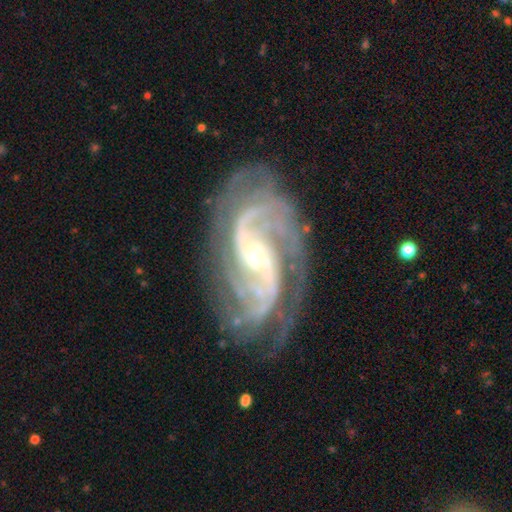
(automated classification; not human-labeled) A featured or disk galaxy (92%) with no bar (41%), 2 (45%) medium (47%) spiral arms (98%) and a small central bulge (62%).

Vote fractions:
- Smooth or featured? featured or disk: 92% / star or artifact: 5% / smooth: 3%
- Edge-on disk? no: 97% / yes: 3%
- Bar? no: 41% / weak: 40% / strong: 18%
- Spiral arms? yes: 98% / no: 2%
- Spiral winding? medium: 47% / tight: 39% / loose: 14%
- Spiral arm count? 2: 45% / 3: 19% / can't tell: 13% / 4: 10% / more than 4: 7% / 1: 6%
- Bulge size? small: 62% / moderate: 33% / large: 2% / none: 1% / dominant: 1%
- Merging? none: 74% / minor disturbance: 17% / major disturbance: 8% / merger: 2%